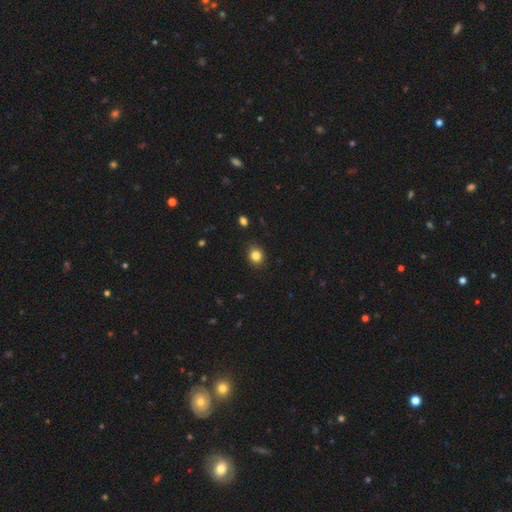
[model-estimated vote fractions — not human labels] Morphology: type=smooth (84%); roundness=round (66%); merging=none (89%).